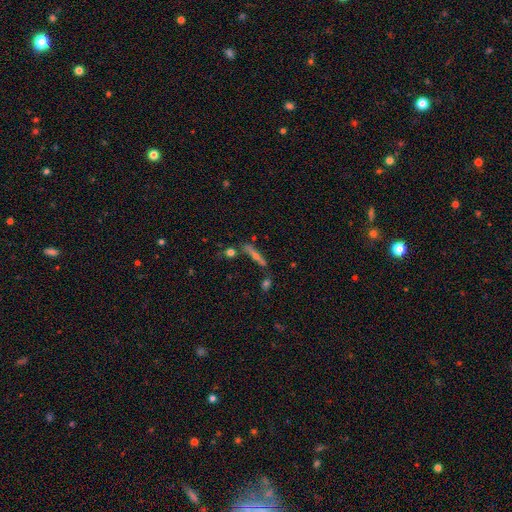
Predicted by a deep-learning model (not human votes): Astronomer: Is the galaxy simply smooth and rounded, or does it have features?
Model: featured or disk — 45% (runner-up: smooth, 31%).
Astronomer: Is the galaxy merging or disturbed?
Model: none — 58%.